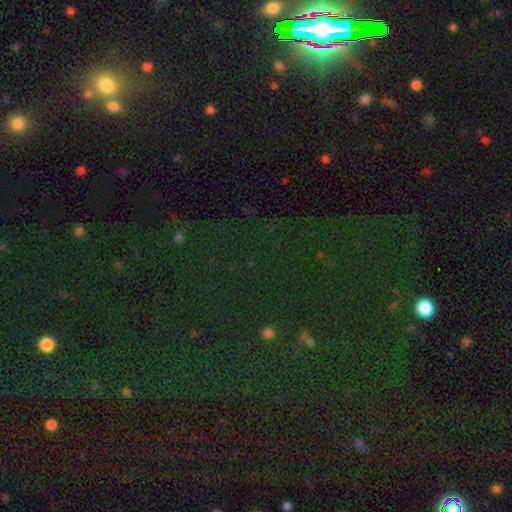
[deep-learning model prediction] Morphology: type=star or artifact (77%).